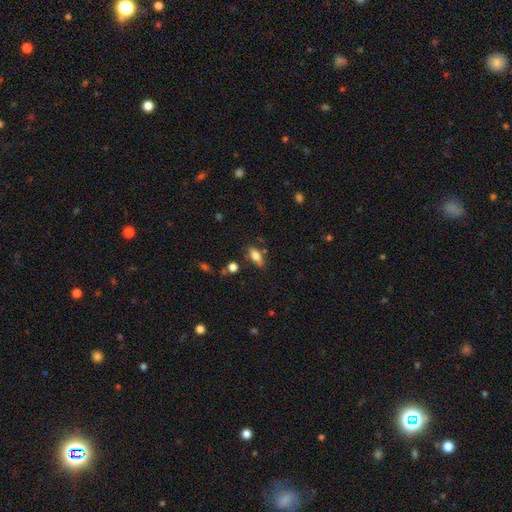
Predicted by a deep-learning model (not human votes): A smooth galaxy with no disk features (75%) that is in between round and cigar-shaped (77%).

Vote fractions:
- Smooth or featured? smooth: 75% / featured or disk: 17% / star or artifact: 9%
- How rounded? in between: 77% / cigar-shaped: 19% / round: 4%
- Merging? none: 70% / minor disturbance: 19% / merger: 6% / major disturbance: 5%